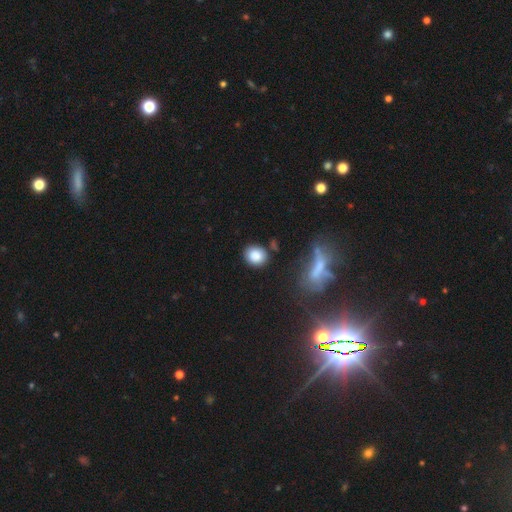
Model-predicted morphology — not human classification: smooth_or_featured: smooth (p=0.85) [alt: star or artifact p=0.09]
how_rounded: round (p=0.68) [alt: in between p=0.30]
merging: none (p=0.77) [alt: minor disturbance p=0.14]